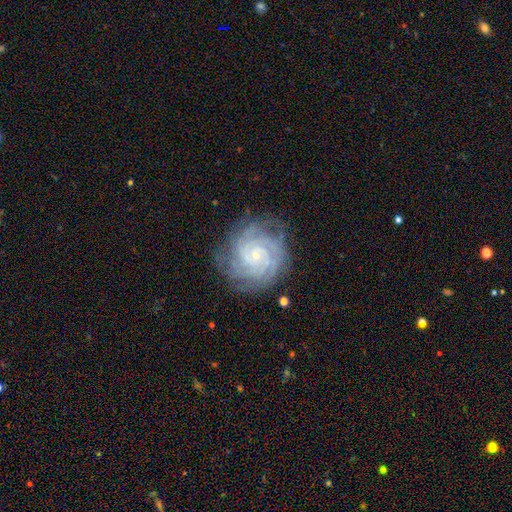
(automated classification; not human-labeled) Q: Smooth or featured?
A: featured or disk (87%); runner-up: star or artifact (6%)
Q: Edge-on disk?
A: no (98%); runner-up: yes (2%)
Q: Bar?
A: no (75%); runner-up: weak (20%)
Q: Spiral arms?
A: yes (98%); runner-up: no (2%)
Q: Spiral winding?
A: tight (81%); runner-up: medium (17%)
Q: Spiral arm count?
A: 4 (28%); runner-up: 3 (20%)
Q: Bulge size?
A: small (85%); runner-up: moderate (9%)
Q: Merging?
A: none (80%); runner-up: minor disturbance (15%)